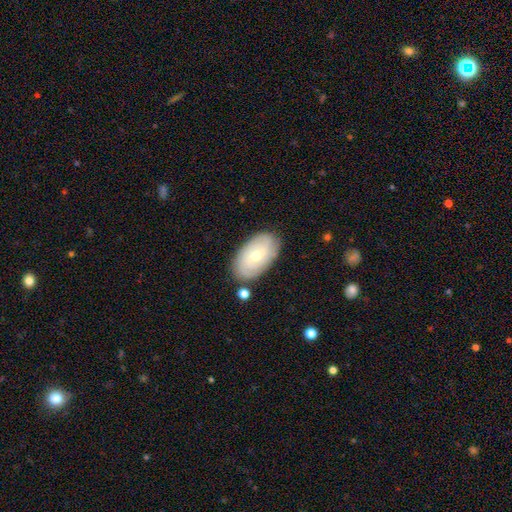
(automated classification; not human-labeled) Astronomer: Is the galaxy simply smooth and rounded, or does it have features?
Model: featured or disk — 53% (runner-up: smooth, 41%).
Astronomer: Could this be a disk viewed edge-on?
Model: no — 93%.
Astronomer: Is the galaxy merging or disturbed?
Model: none — 81%.